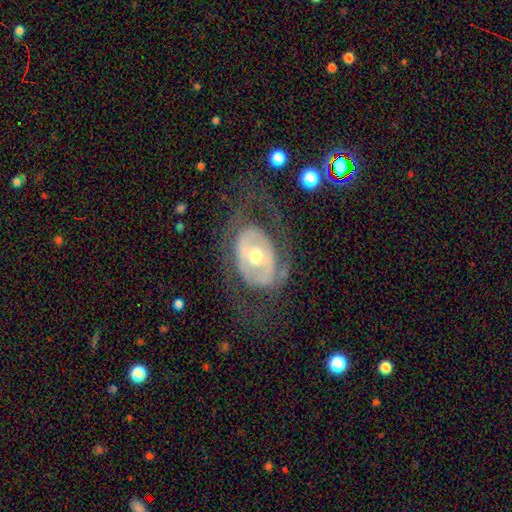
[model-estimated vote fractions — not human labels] Q: Smooth or featured?
A: featured or disk (72%); runner-up: smooth (23%)
Q: Edge-on disk?
A: no (94%); runner-up: yes (6%)
Q: Bar?
A: no (55%); runner-up: weak (27%)
Q: Spiral arms?
A: no (59%); runner-up: yes (41%)
Q: Bulge size?
A: moderate (68%); runner-up: small (24%)
Q: Merging?
A: none (60%); runner-up: major disturbance (21%)